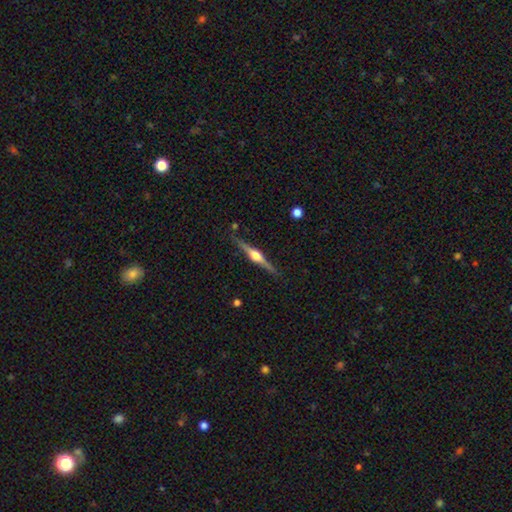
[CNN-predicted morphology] Overall: featured or disk (82%). Edge-on disk: yes (98%). Edge-on bulge: rounded (93%). Merging: none (88%).